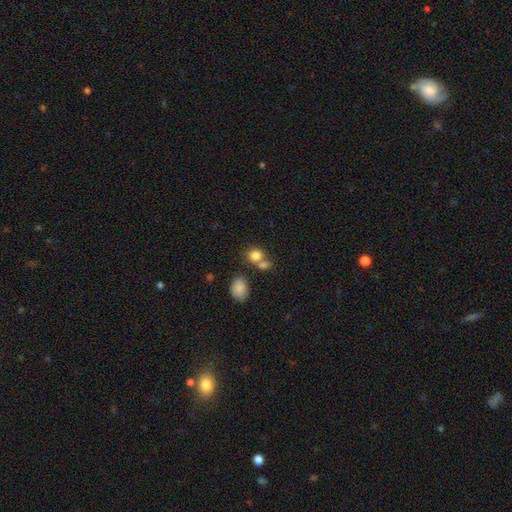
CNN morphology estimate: Smooth or featured? Predicted: smooth (p=0.81). How rounded? Predicted: round (p=0.73). Merging? Predicted: none (p=0.51).